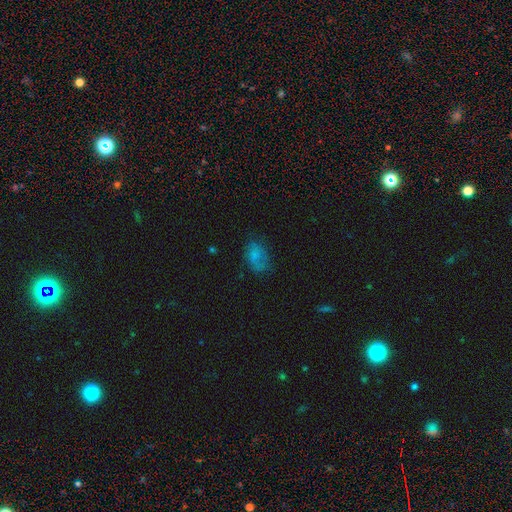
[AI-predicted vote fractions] A smooth galaxy with no disk features (68%) that is in between round and cigar-shaped (86%).

Vote fractions:
- Smooth or featured? smooth: 68% / featured or disk: 19% / star or artifact: 13%
- How rounded? in between: 86% / round: 12% / cigar-shaped: 2%
- Merging? none: 51% / minor disturbance: 28% / major disturbance: 17% / merger: 4%